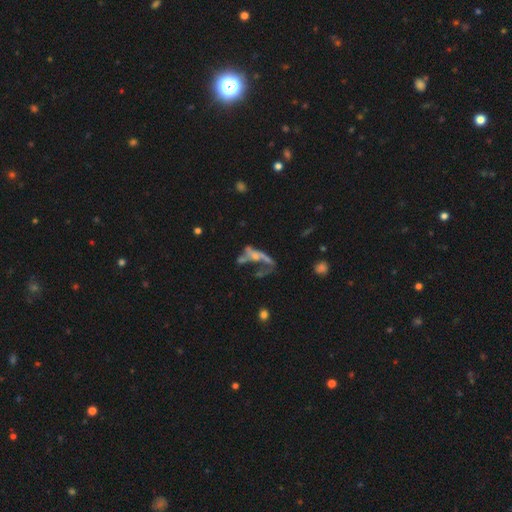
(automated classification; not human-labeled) Smooth or featured: featured or disk — 59% (smooth — 26%)
Edge-on disk: no — 85% (yes — 15%)
Merging: major disturbance — 42% (merger — 29%)